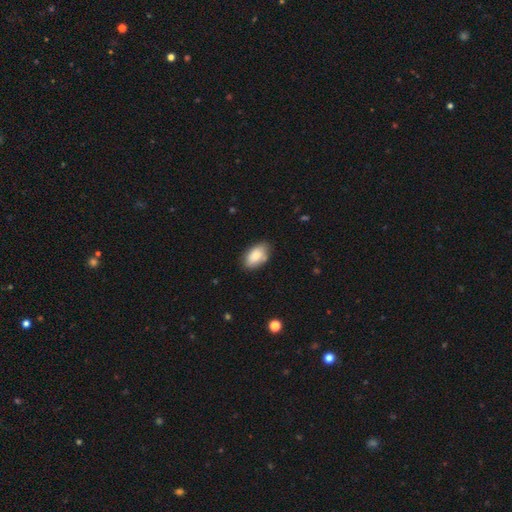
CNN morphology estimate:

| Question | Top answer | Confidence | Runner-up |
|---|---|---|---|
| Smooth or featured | smooth | 82% | featured or disk (11%) |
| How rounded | in between | 93% | round (5%) |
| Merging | none | 76% | minor disturbance (19%) |